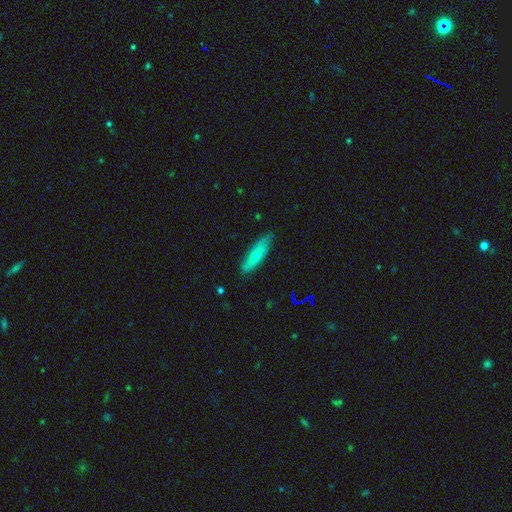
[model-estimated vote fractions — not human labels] The model was most divided on "how rounded": cigar-shaped: 55%, in between: 43%, round: 2%. More confident: merging — none (75%); smooth or featured — smooth (66%).